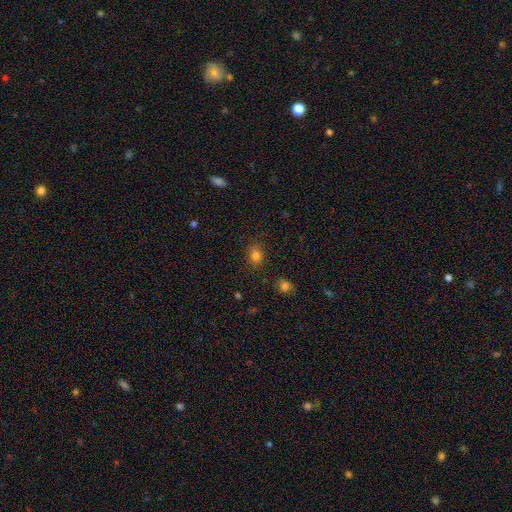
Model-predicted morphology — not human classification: Smooth or featured: smooth — 80% (star or artifact — 15%)
How rounded: in between — 53% (round — 46%)
Merging: none — 79% (minor disturbance — 15%)